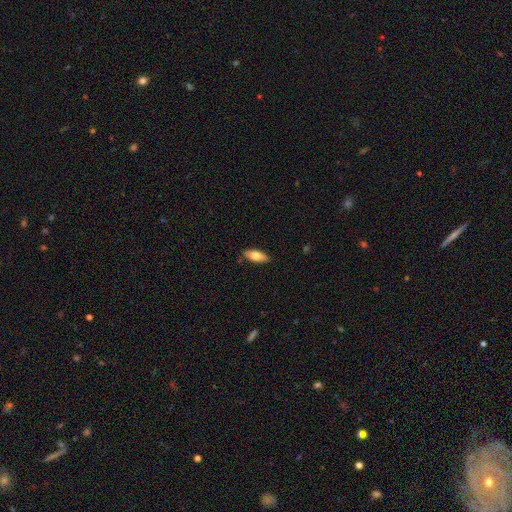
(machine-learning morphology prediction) smooth 72%, featured or disk 22%, star or artifact 6%. Down the decision tree: how rounded — in between (76%); merging — none (85%).